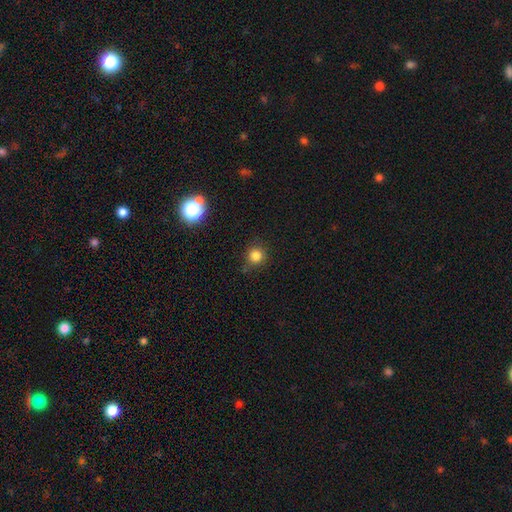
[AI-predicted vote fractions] Smooth or featured? Predicted: smooth (p=0.81). How rounded? Predicted: round (p=0.93). Merging? Predicted: none (p=0.80).